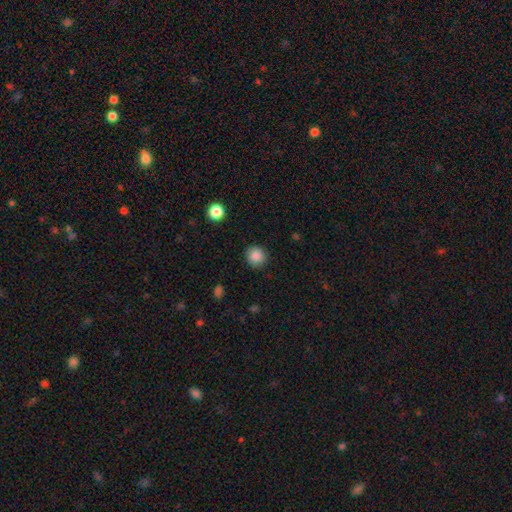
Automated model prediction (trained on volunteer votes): Q: Smooth or featured?
A: smooth (86%); runner-up: star or artifact (10%)
Q: How rounded?
A: round (92%); runner-up: in between (7%)
Q: Merging?
A: none (90%); runner-up: minor disturbance (7%)